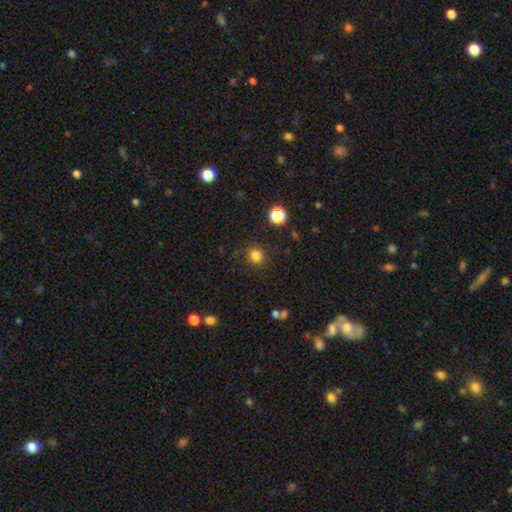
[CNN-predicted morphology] A smooth galaxy with no disk features (82%) that is round (92%). Merging: none (87%).